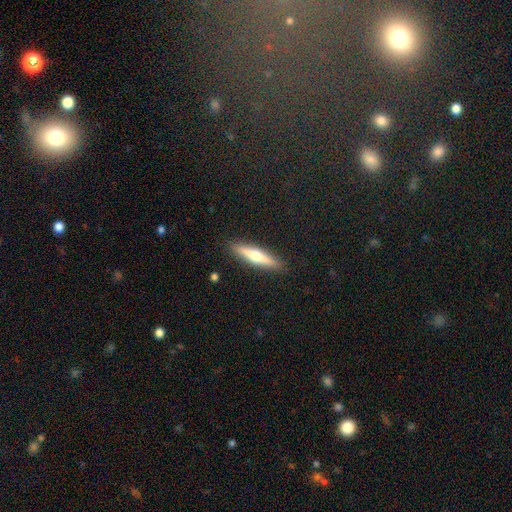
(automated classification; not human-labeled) This appears to be a featured or disk galaxy (50%) viewed edge-on (94%). Merging: none (90%).